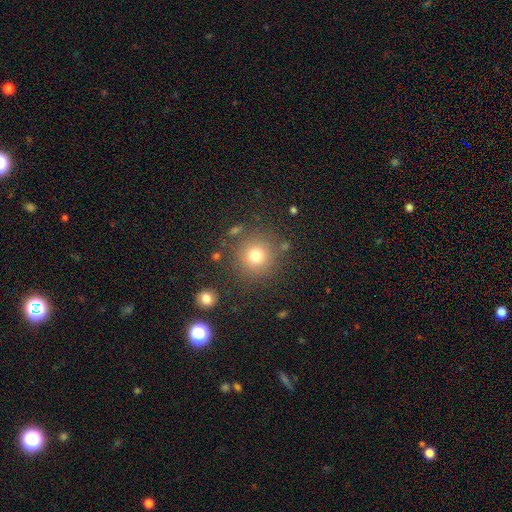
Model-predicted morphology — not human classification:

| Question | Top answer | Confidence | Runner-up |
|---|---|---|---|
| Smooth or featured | smooth | 76% | star or artifact (14%) |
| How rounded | round | 93% | in between (6%) |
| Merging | none | 82% | minor disturbance (9%) |